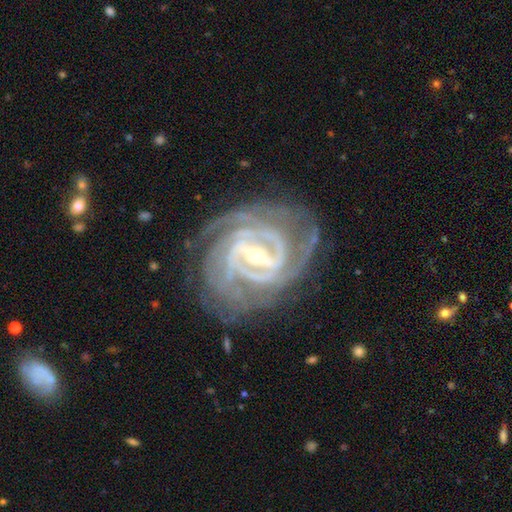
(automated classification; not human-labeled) featured or disk 93%, star or artifact 4%, smooth 3%. Down the decision tree: edge-on disk — no (97%); bar — strong (64%); spiral arms — yes (98%); spiral arm count — 3 (28%); spiral winding — tight (74%); bulge size — small (57%); merging — none (75%).